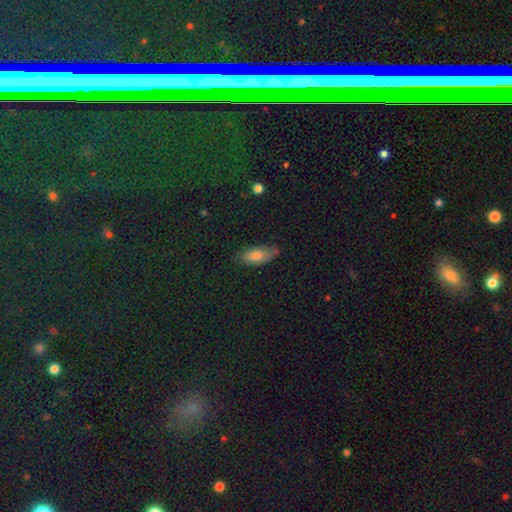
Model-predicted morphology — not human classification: This is likely a smooth galaxy (64%). How rounded: likely in between (76%). Merging: likely none (79%).